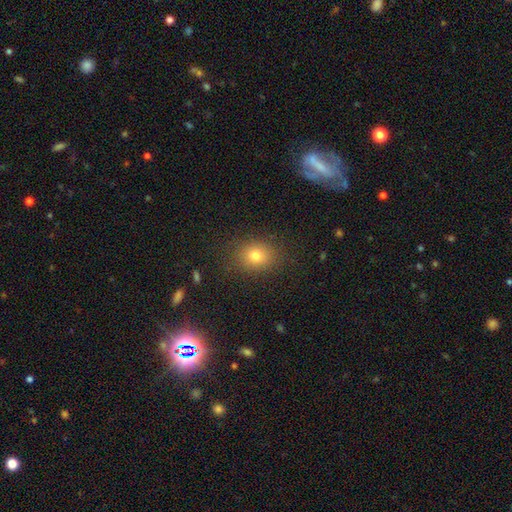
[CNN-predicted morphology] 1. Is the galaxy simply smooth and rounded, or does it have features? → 77% smooth, 13% star or artifact, 9% featured or disk.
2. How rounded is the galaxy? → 60% round, 39% in between, 1% cigar-shaped.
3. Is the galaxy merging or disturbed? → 85% none, 10% minor disturbance, 4% major disturbance, 1% merger.